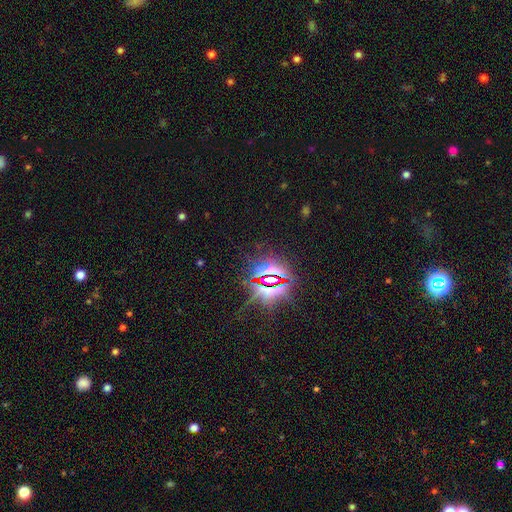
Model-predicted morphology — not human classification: Smooth or featured: star or artifact — 85% (smooth — 9%)